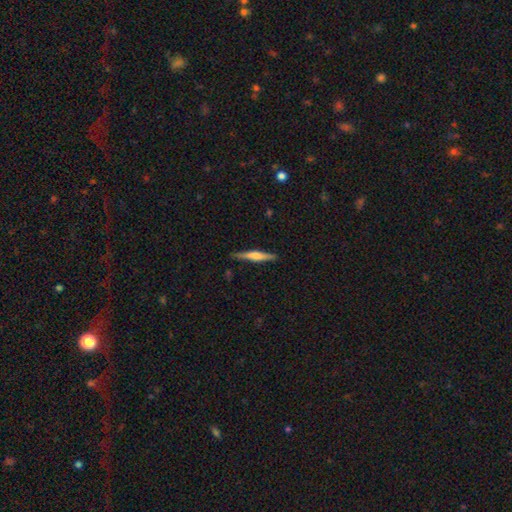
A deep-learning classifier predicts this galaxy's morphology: A featured or disk galaxy (52%) viewed edge-on (97%) with a rounded central bulge (59%).

Vote fractions:
- Smooth or featured? featured or disk: 52% / smooth: 42% / star or artifact: 6%
- Edge-on disk? yes: 97% / no: 3%
- Edge-on bulge? rounded: 59% / boxy: 25% / none: 16%
- Merging? none: 87% / minor disturbance: 10% / major disturbance: 2% / merger: 1%